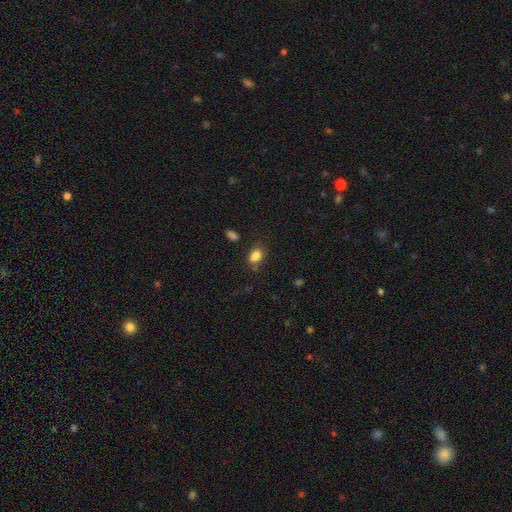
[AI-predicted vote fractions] A smooth galaxy with no disk features (84%) that is in between round and cigar-shaped (78%).

Vote fractions:
- Smooth or featured? smooth: 84% / star or artifact: 10% / featured or disk: 5%
- How rounded? in between: 78% / round: 20% / cigar-shaped: 2%
- Merging? none: 72% / minor disturbance: 17% / merger: 6% / major disturbance: 5%